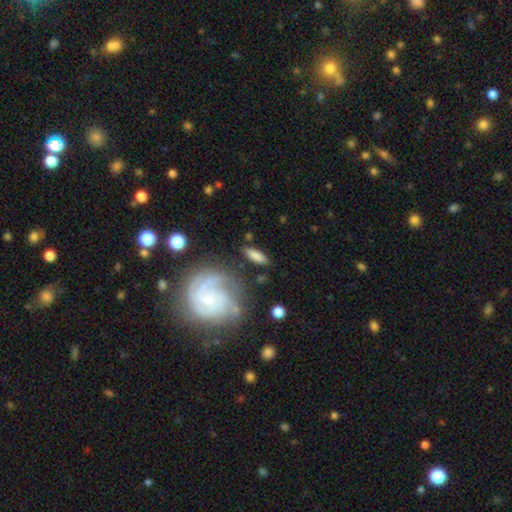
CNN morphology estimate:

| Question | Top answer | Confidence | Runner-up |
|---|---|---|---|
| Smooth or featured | smooth | 72% | featured or disk (21%) |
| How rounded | in between | 63% | cigar-shaped (33%) |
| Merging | none | 79% | minor disturbance (12%) |